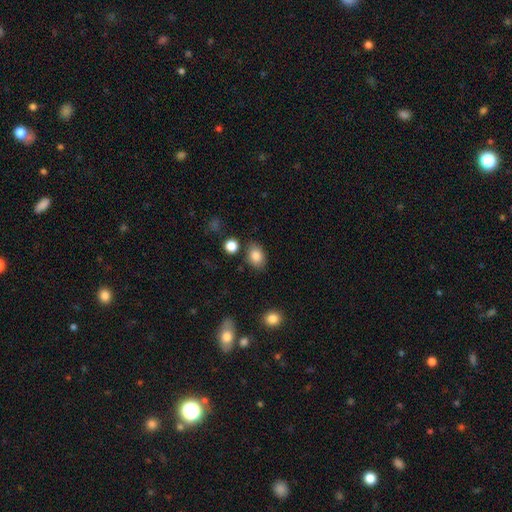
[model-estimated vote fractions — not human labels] Morphology: type=smooth (85%); roundness=in between (73%); merging=none (78%).